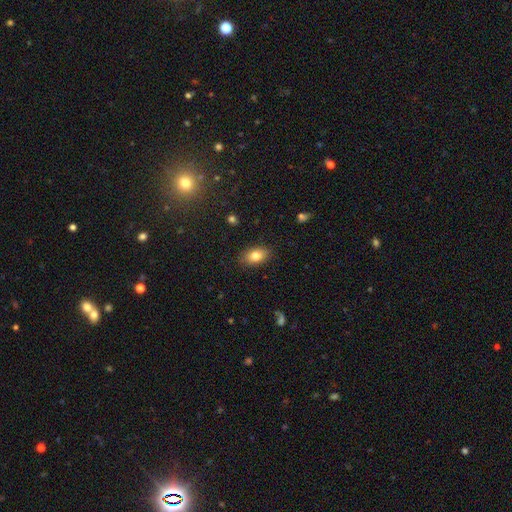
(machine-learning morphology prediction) Smooth or featured: smooth — 81% (featured or disk — 11%)
How rounded: in between — 88% (round — 10%)
Merging: none — 87% (minor disturbance — 9%)